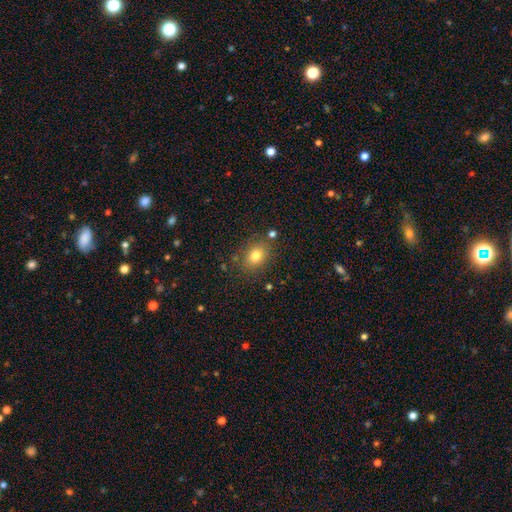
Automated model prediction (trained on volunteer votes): Smooth or featured?
  - smooth: 78% *
  - star or artifact: 12%
  - featured or disk: 10%
How rounded?
  - in between: 53% *
  - round: 46%
  - cigar-shaped: 1%
Merging?
  - none: 80% *
  - minor disturbance: 12%
  - major disturbance: 4%
  - merger: 4%